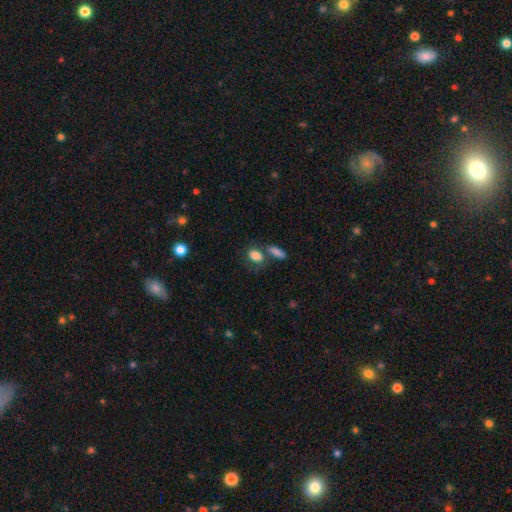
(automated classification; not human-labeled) A smooth galaxy with no disk features (83%) that is in between round and cigar-shaped (78%). Merging: none (49%).